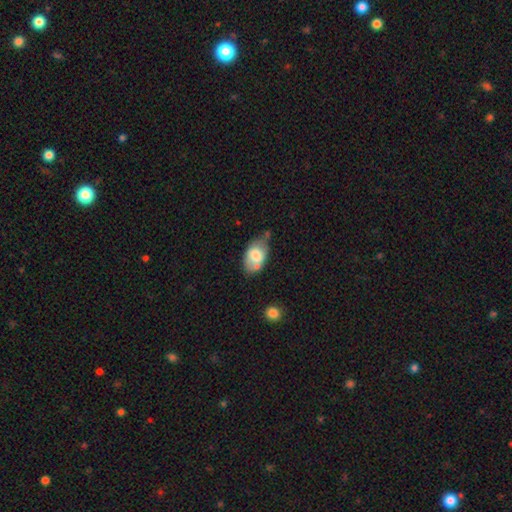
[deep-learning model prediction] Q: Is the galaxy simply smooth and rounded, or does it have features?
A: smooth — 69%.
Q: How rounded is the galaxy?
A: in between — 90%.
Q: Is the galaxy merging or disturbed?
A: none — 47%.